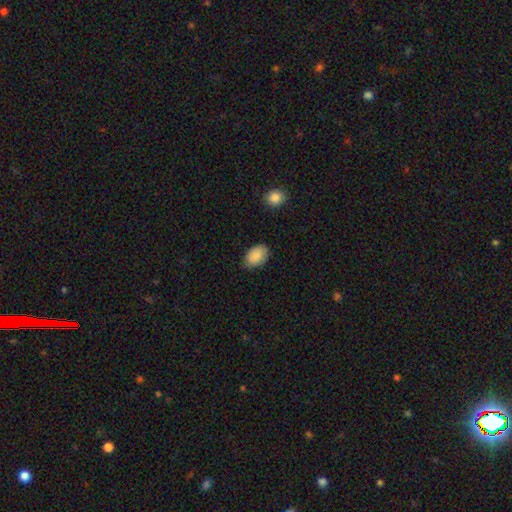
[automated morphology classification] Smooth or featured?
  - smooth: 89% *
  - star or artifact: 7%
  - featured or disk: 5%
How rounded?
  - in between: 89% *
  - round: 9%
  - cigar-shaped: 1%
Merging?
  - none: 82% *
  - minor disturbance: 14%
  - major disturbance: 3%
  - merger: 1%